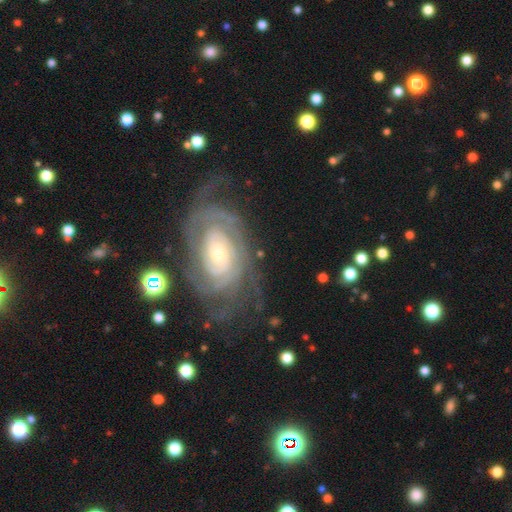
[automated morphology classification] smooth-or-featured: featured or disk: 87% | smooth: 6% | star or artifact: 6%
  disk-edge-on: no: 96% | yes: 4%
    bar: no: 59% | weak: 30% | strong: 11%
    has-spiral-arms: yes: 96% | no: 4%
      spiral-winding: tight: 75% | medium: 20% | loose: 5%
      spiral-arm-count: can't tell: 37% | 2: 21% | 3: 15% | 4: 12% | more than 4: 8% | 1: 7%
    bulge-size: moderate: 45% | small: 44% | large: 7% | none: 2% | dominant: 1%
  merging: none: 73% | minor disturbance: 16% | major disturbance: 9% | merger: 2%